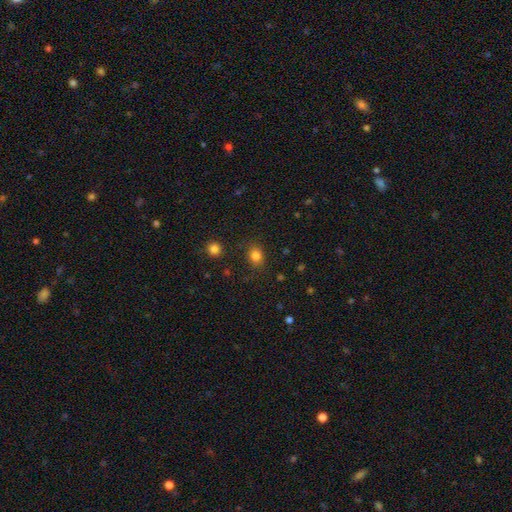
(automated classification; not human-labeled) Smooth or featured? Predicted: smooth (p=0.82). How rounded? Predicted: round (p=0.58). Merging? Predicted: none (p=0.82).